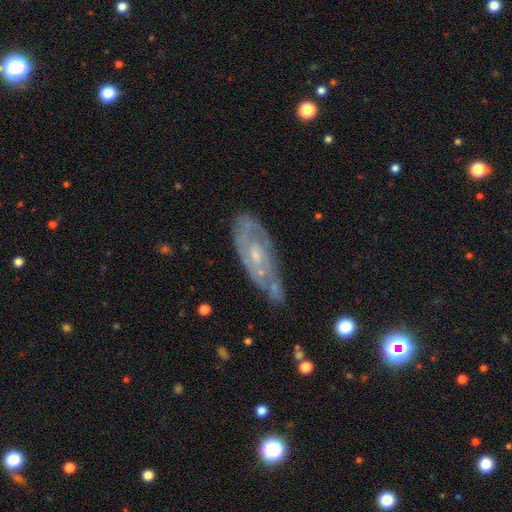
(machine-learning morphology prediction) smooth-or-featured: featured or disk: 72% | smooth: 21% | star or artifact: 7%
  disk-edge-on: no: 86% | yes: 14%
    bar: no: 67% | weak: 28% | strong: 5%
    has-spiral-arms: yes: 70% | no: 30%
    bulge-size: small: 60% | moderate: 32% | none: 5% | large: 2% | dominant: 1%
  merging: none: 54% | minor disturbance: 29% | major disturbance: 10% | merger: 7%